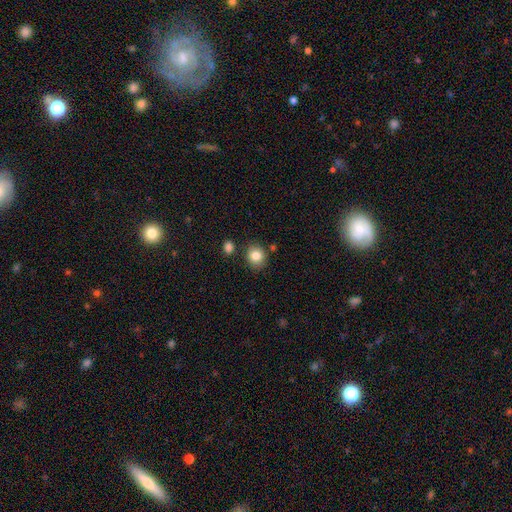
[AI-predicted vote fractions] A smooth galaxy with no disk features (84%) that is round (73%). Merging: none (81%).